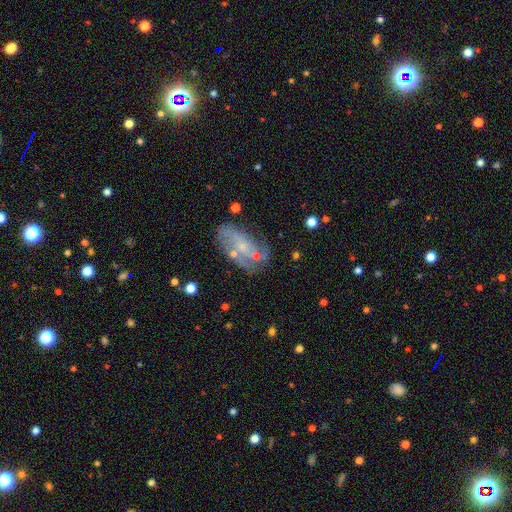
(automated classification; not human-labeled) Q: Smooth or featured?
A: featured or disk (64%); runner-up: smooth (26%)
Q: Edge-on disk?
A: no (94%); runner-up: yes (6%)
Q: Bar?
A: no (70%); runner-up: weak (24%)
Q: Spiral arms?
A: yes (67%); runner-up: no (33%)
Q: Bulge size?
A: small (63%); runner-up: moderate (19%)
Q: Merging?
A: none (49%); runner-up: minor disturbance (23%)